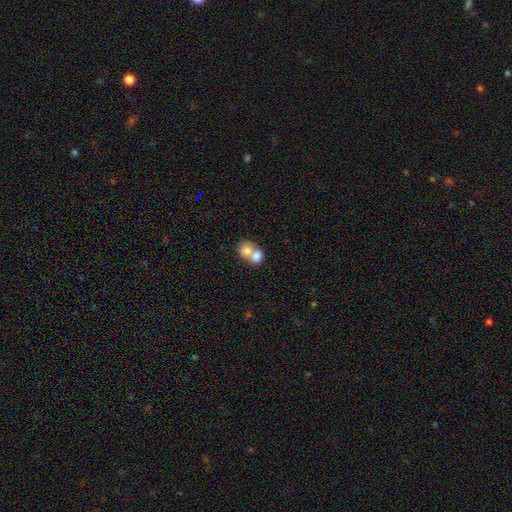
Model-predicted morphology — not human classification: A smooth galaxy with no disk features (74%) that is round (64%).

Vote fractions:
- Smooth or featured? smooth: 74% / featured or disk: 19% / star or artifact: 8%
- How rounded? round: 64% / in between: 35% / cigar-shaped: 1%
- Merging? merger: 73% / none: 19% / minor disturbance: 5% / major disturbance: 3%